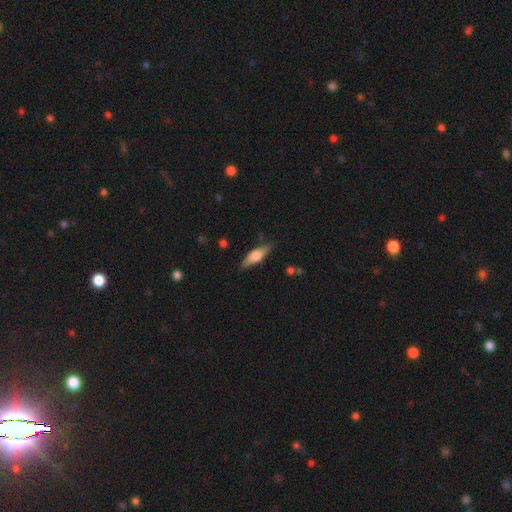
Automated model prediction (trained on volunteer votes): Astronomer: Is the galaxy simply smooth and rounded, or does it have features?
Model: smooth — 62%.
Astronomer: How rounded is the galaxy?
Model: in between — 52% (runner-up: cigar-shaped, 45%).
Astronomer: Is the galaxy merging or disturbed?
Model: none — 82%.